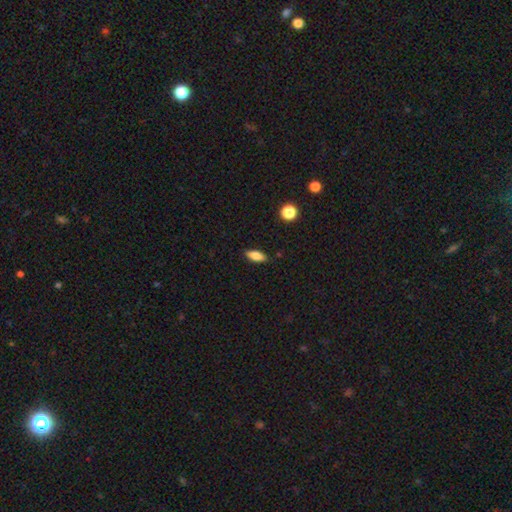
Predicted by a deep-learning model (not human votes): A smooth galaxy with no disk features (84%) that is in between round and cigar-shaped (80%).

Vote fractions:
- Smooth or featured? smooth: 84% / featured or disk: 8% / star or artifact: 8%
- How rounded? in between: 80% / cigar-shaped: 17% / round: 3%
- Merging? none: 86% / minor disturbance: 10% / major disturbance: 2% / merger: 1%